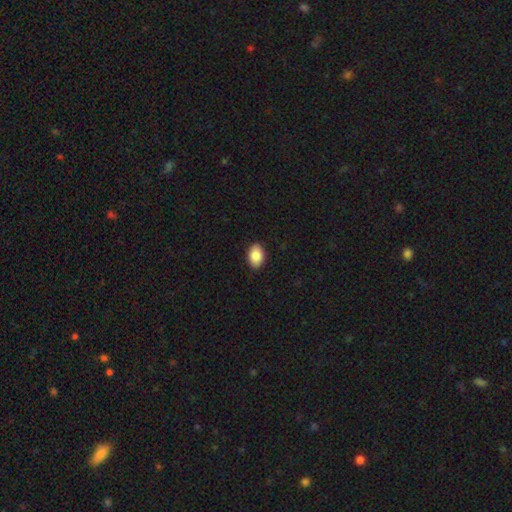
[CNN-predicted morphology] smooth_or_featured: smooth (p=0.87) [alt: star or artifact p=0.07]
how_rounded: in between (p=0.87) [alt: round p=0.11]
merging: none (p=0.90) [alt: minor disturbance p=0.08]